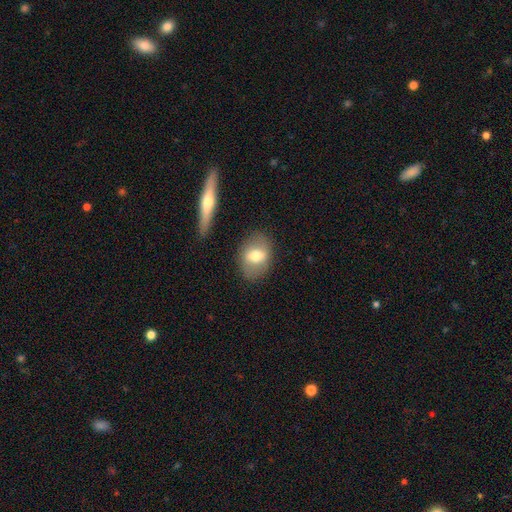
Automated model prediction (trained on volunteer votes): Overall: smooth (58%; featured or disk 35%). How rounded: in between (73%). Merging: none (82%).